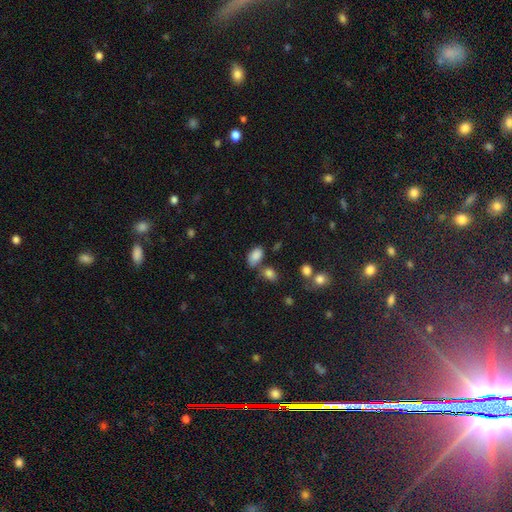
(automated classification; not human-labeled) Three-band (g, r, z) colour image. It shows a smooth galaxy with no disk features (85%) that is in between round and cigar-shaped (91%). Merging: none (57%).